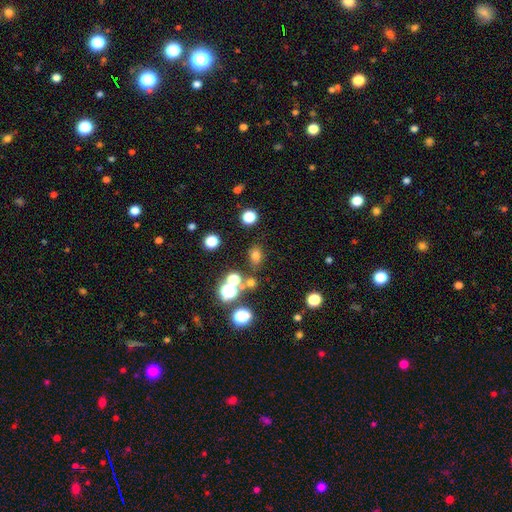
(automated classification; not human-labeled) Morphology: type=smooth (68%); roundness=in between (59%); merging=none (73%).